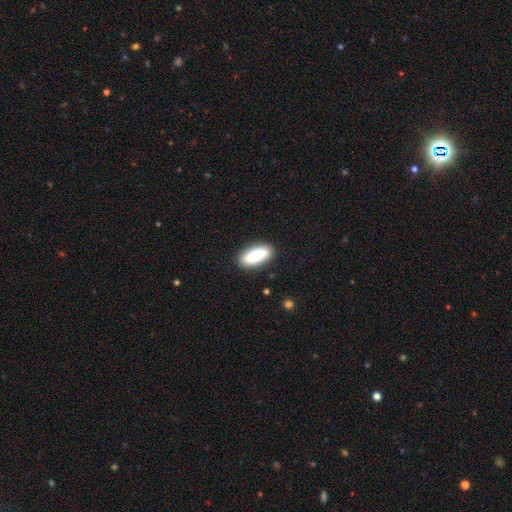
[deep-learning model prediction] The model was most divided on "how rounded": in between: 81%, cigar-shaped: 17%, round: 2%. More confident: smooth or featured — smooth (87%); merging — none (86%).